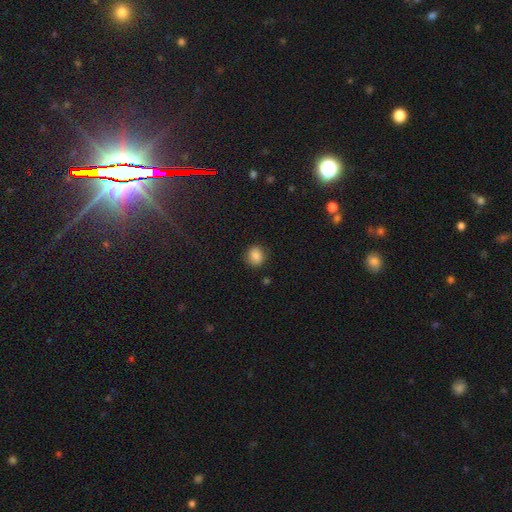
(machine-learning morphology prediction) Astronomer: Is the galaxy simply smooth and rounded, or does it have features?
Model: smooth — 85%.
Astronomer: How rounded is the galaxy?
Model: round — 81%.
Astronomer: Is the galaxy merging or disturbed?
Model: none — 86%.